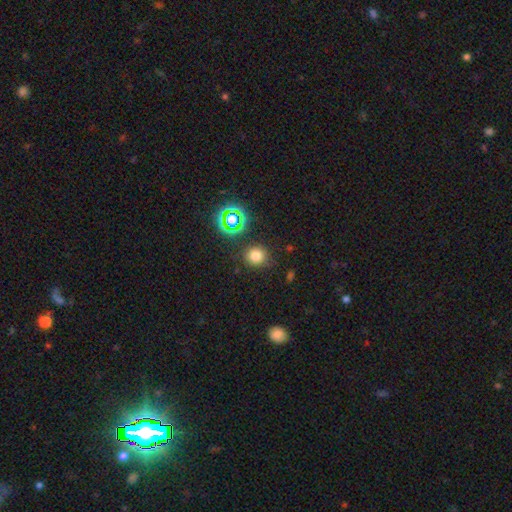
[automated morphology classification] Smooth or featured: smooth — 73% (star or artifact — 20%)
How rounded: round — 87% (in between — 12%)
Merging: none — 82% (minor disturbance — 11%)